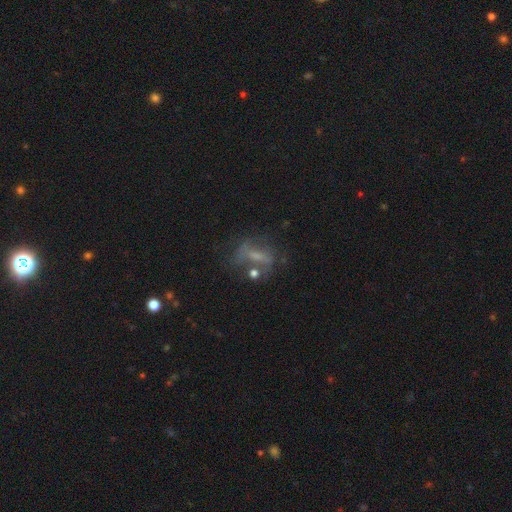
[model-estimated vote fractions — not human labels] This appears to be a featured or disk galaxy (48%). Merging: none (47%).